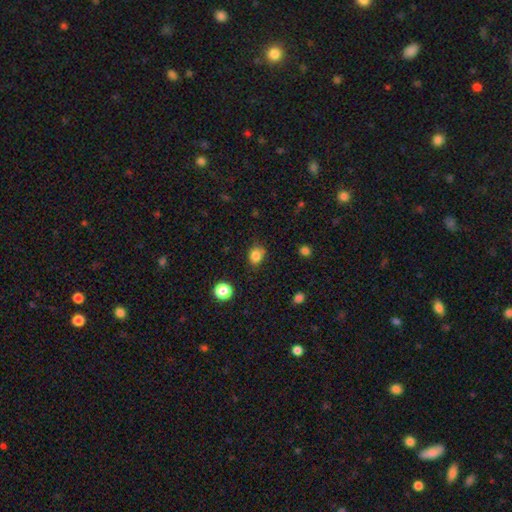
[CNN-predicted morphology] type=smooth (84%); roundness=round (51%); merging=none (71%).